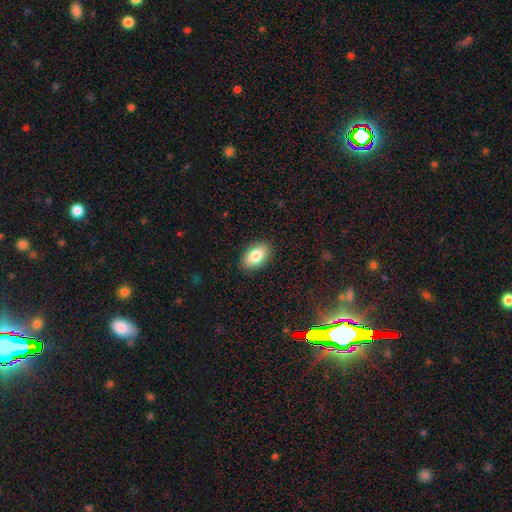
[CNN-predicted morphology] Smooth or featured?
  - smooth: 83% *
  - featured or disk: 10%
  - star or artifact: 7%
How rounded?
  - in between: 93% *
  - round: 5%
  - cigar-shaped: 2%
Merging?
  - none: 89% *
  - minor disturbance: 8%
  - major disturbance: 2%
  - merger: 1%